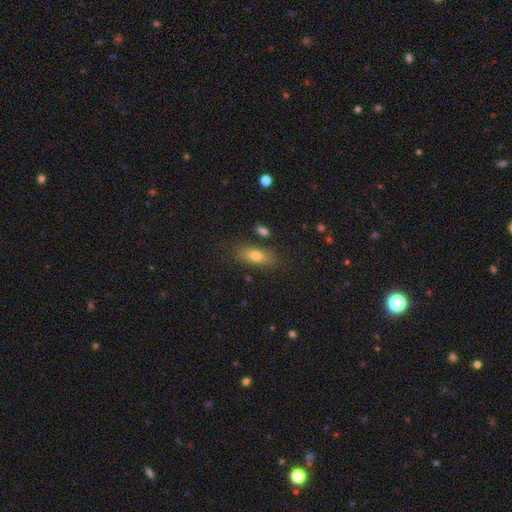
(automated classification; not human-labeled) smooth_or_featured: smooth (p=0.74) [alt: featured or disk p=0.17]
how_rounded: in between (p=0.75) [alt: cigar-shaped p=0.19]
merging: none (p=0.79) [alt: minor disturbance p=0.13]